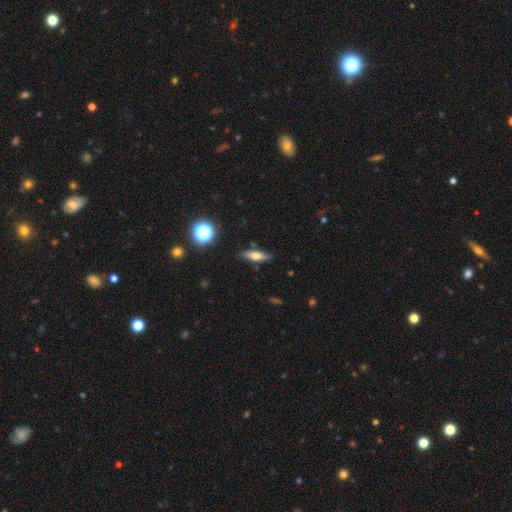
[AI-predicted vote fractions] smooth_or_featured: smooth (p=0.58) [alt: featured or disk p=0.32]
how_rounded: cigar-shaped (p=0.58) [alt: in between p=0.37]
merging: none (p=0.86) [alt: minor disturbance p=0.10]